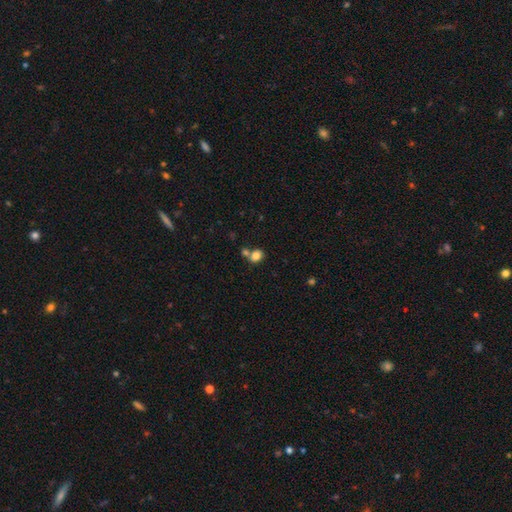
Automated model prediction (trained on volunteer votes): A smooth galaxy with no disk features (83%) that is in between round and cigar-shaped (53%). Merging: none (51%).